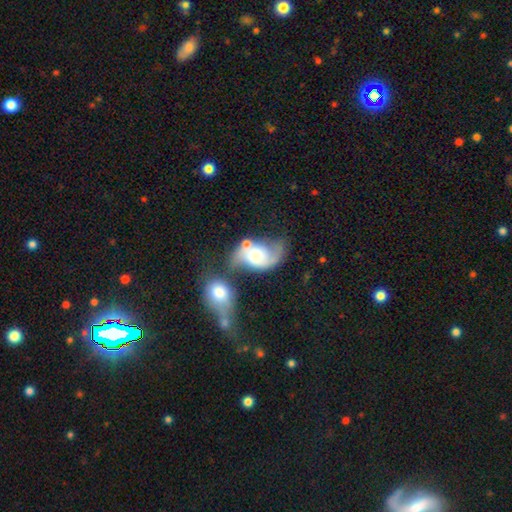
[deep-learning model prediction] Smooth or featured? Predicted: featured or disk (p=0.71). Edge-on disk? Predicted: no (p=0.96). Bar? Predicted: no (p=0.66). Spiral arms? Predicted: yes (p=0.89). Spiral winding? Predicted: loose (p=0.51). Spiral arm count? Predicted: 2 (p=0.82). Bulge size? Predicted: moderate (p=0.59). Merging? Predicted: merger (p=0.42).